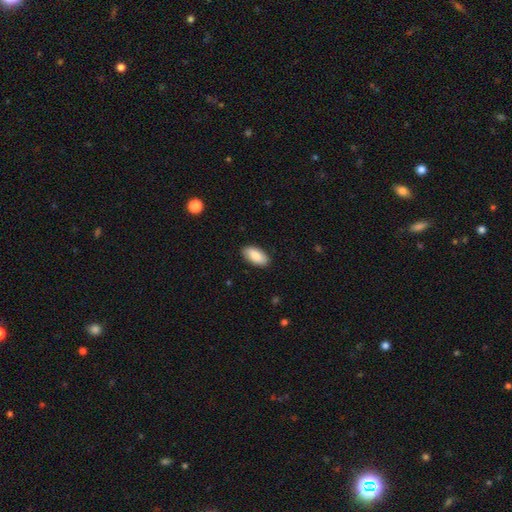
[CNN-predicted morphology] Q: Smooth or featured?
A: smooth (86%); runner-up: featured or disk (8%)
Q: How rounded?
A: in between (93%); runner-up: cigar-shaped (5%)
Q: Merging?
A: none (88%); runner-up: minor disturbance (9%)